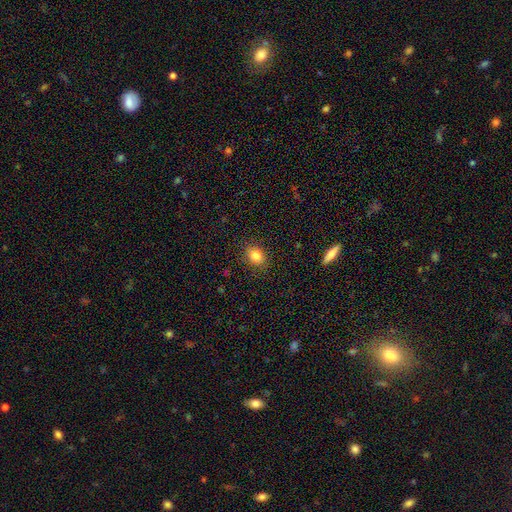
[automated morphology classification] smooth_or_featured: smooth (p=0.83) [alt: star or artifact p=0.10]
how_rounded: round (p=0.51) [alt: in between p=0.48]
merging: none (p=0.86) [alt: minor disturbance p=0.10]